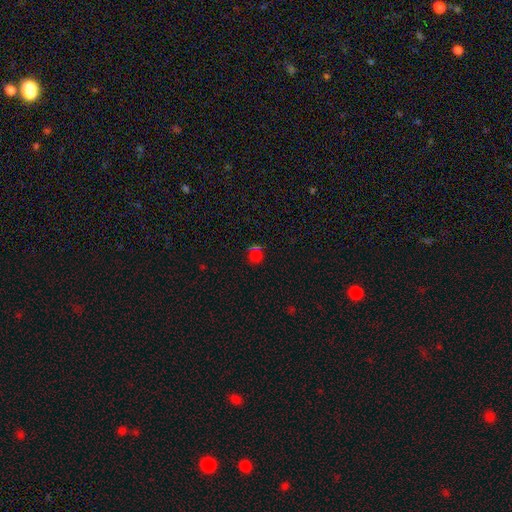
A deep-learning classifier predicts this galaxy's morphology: Smooth or featured? smooth (51%)
How rounded? round (84%)
Merging? none (65%)